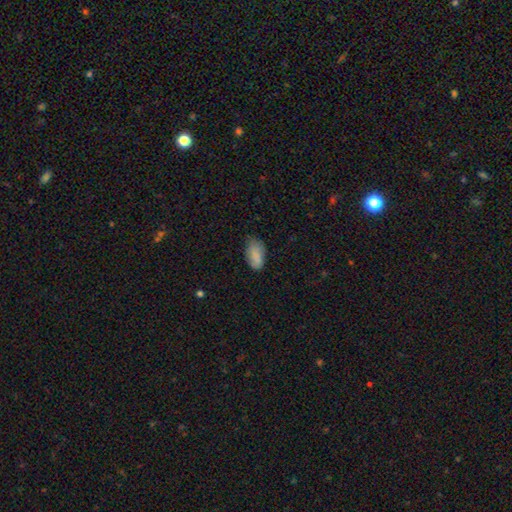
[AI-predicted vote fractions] Smooth or featured?
  - smooth: 85% *
  - featured or disk: 8%
  - star or artifact: 7%
How rounded?
  - in between: 93% *
  - cigar-shaped: 4%
  - round: 3%
Merging?
  - none: 67% *
  - minor disturbance: 26%
  - major disturbance: 5%
  - merger: 2%